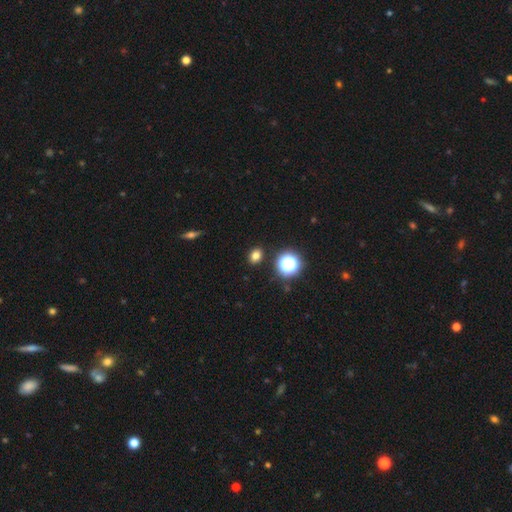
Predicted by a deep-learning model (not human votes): Smooth or featured?
  - smooth: 76% *
  - star or artifact: 18%
  - featured or disk: 5%
How rounded?
  - round: 50% *
  - in between: 49%
  - cigar-shaped: 1%
Merging?
  - none: 88% *
  - minor disturbance: 7%
  - merger: 2%
  - major disturbance: 2%